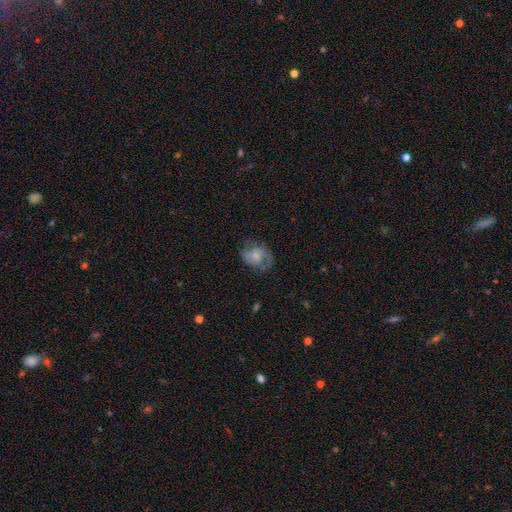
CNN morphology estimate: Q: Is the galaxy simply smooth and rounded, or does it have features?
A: featured or disk — 55%.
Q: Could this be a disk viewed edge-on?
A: no — 97%.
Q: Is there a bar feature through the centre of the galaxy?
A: no — 56%.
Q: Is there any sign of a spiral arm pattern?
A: yes — 80%.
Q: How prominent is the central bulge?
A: small — 42%.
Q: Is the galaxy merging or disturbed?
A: none — 55%.